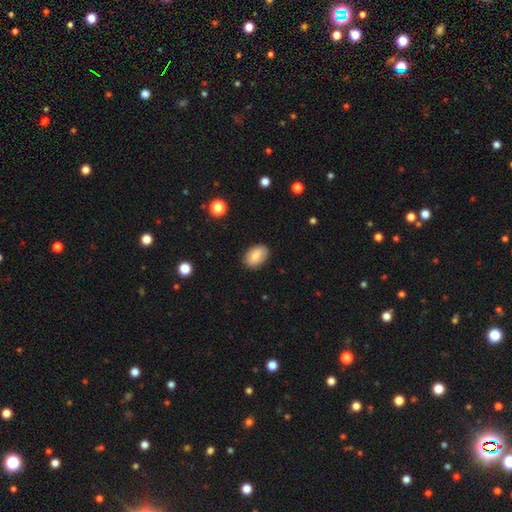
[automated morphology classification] A smooth galaxy with no disk features (78%) that is in between round and cigar-shaped (87%).

Vote fractions:
- Smooth or featured? smooth: 78% / featured or disk: 15% / star or artifact: 7%
- How rounded? in between: 87% / round: 12% / cigar-shaped: 1%
- Merging? none: 86% / minor disturbance: 10% / major disturbance: 2% / merger: 1%